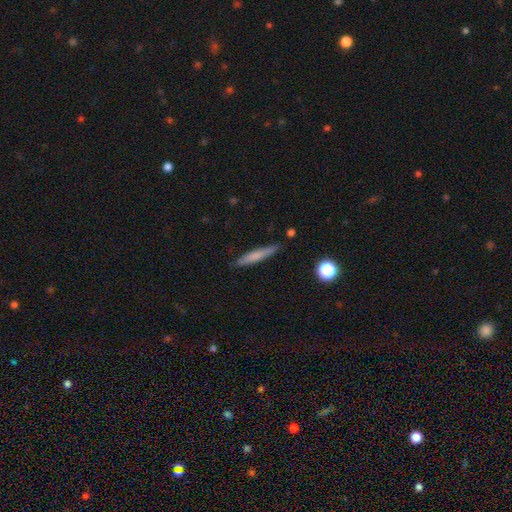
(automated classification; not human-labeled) smooth_or_featured: smooth (p=0.66) [alt: featured or disk p=0.27]
how_rounded: cigar-shaped (p=0.94) [alt: in between p=0.05]
merging: none (p=0.85) [alt: minor disturbance p=0.11]